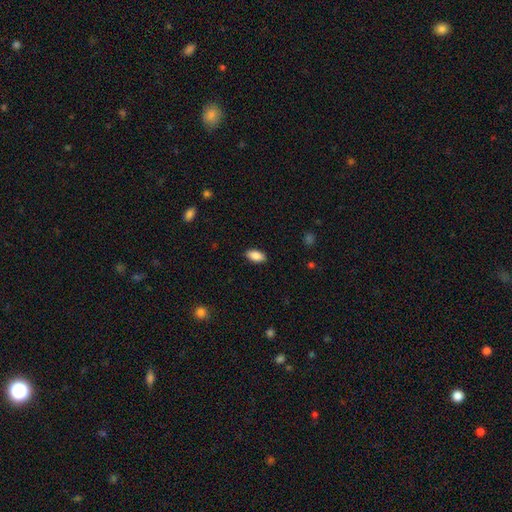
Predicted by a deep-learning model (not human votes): Smooth or featured: smooth — 88% (star or artifact — 7%)
How rounded: in between — 92% (cigar-shaped — 5%)
Merging: none — 88% (minor disturbance — 9%)